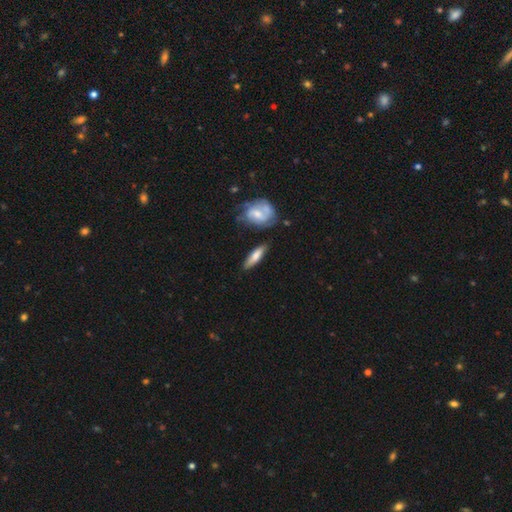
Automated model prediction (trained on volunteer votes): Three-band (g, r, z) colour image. It shows a smooth galaxy with no disk features (62%) that is cigar-shaped (67%). Merging: none (75%).